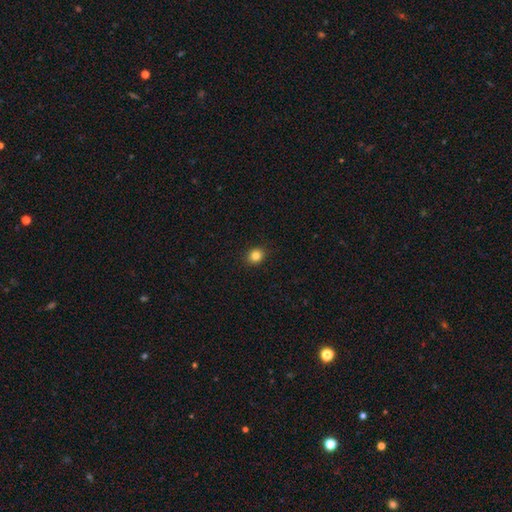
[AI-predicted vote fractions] A smooth galaxy with no disk features (84%) that is round (74%). Merging: none (91%).